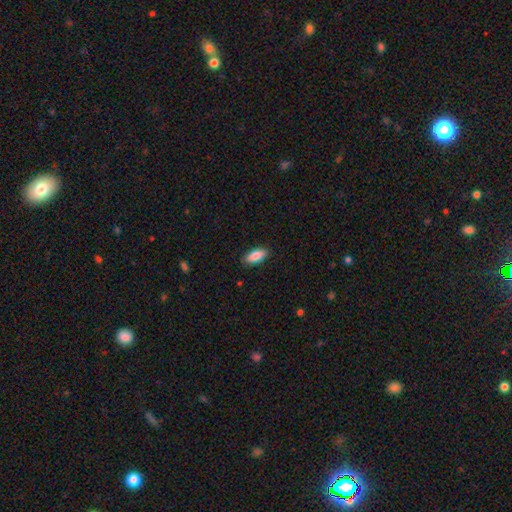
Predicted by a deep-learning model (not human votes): Smooth or featured: smooth — 87% (featured or disk — 7%)
How rounded: in between — 86% (cigar-shaped — 12%)
Merging: none — 88% (minor disturbance — 9%)